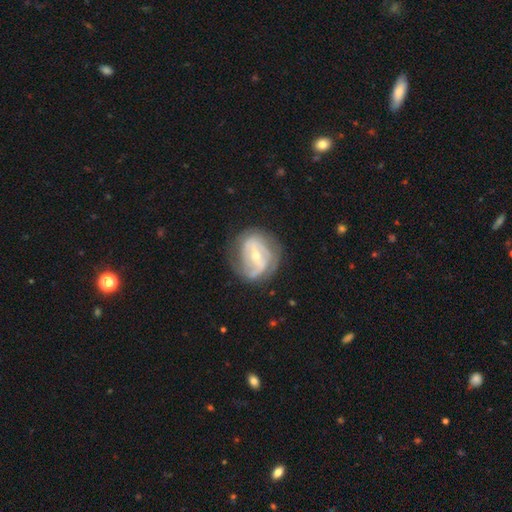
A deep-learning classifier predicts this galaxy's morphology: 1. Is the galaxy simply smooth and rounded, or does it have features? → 81% featured or disk, 13% smooth, 6% star or artifact.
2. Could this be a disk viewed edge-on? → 97% no, 3% yes.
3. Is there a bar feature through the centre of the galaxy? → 44% weak, 35% strong, 21% no.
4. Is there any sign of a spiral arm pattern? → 88% yes, 12% no.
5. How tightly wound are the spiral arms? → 46% tight, 37% medium, 17% loose.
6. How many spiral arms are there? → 50% 2, 25% can't tell, 12% 3, 6% 1, 3% 4, 3% more than 4.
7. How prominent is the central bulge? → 50% small, 46% moderate, 2% large, 1% none, 1% dominant.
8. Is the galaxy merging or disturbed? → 65% none, 22% minor disturbance, 11% major disturbance, 2% merger.